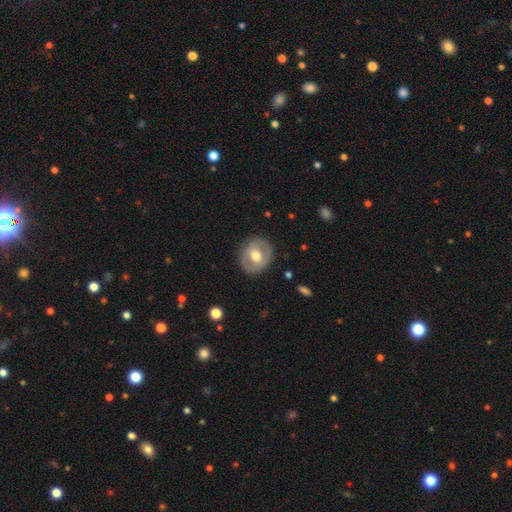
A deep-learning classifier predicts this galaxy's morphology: A featured or disk galaxy (48%).

Vote fractions:
- Smooth or featured? featured or disk: 48% / smooth: 46% / star or artifact: 6%
- Merging? none: 83% / minor disturbance: 11% / major disturbance: 4% / merger: 1%